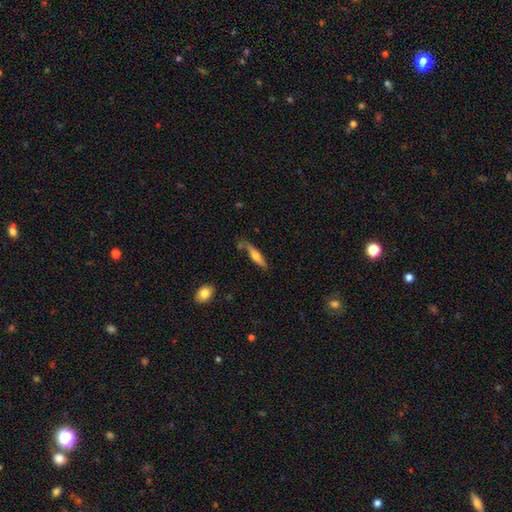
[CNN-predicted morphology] smooth_or_featured: smooth (p=0.57) [alt: featured or disk p=0.37]
how_rounded: cigar-shaped (p=0.82) [alt: in between p=0.16]
merging: none (p=0.66) [alt: minor disturbance p=0.21]